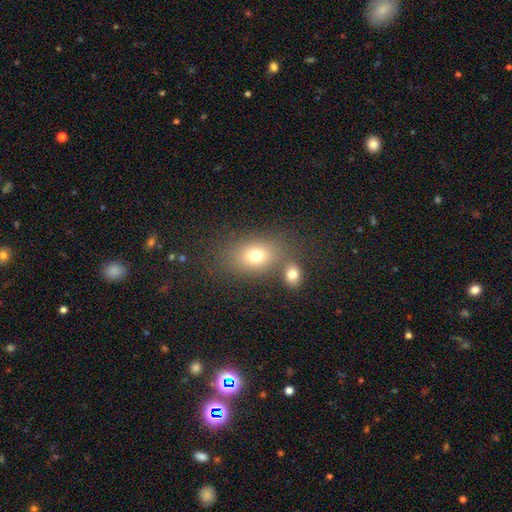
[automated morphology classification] Smooth or featured? smooth (73%)
How rounded? in between (70%)
Merging? none (61%)